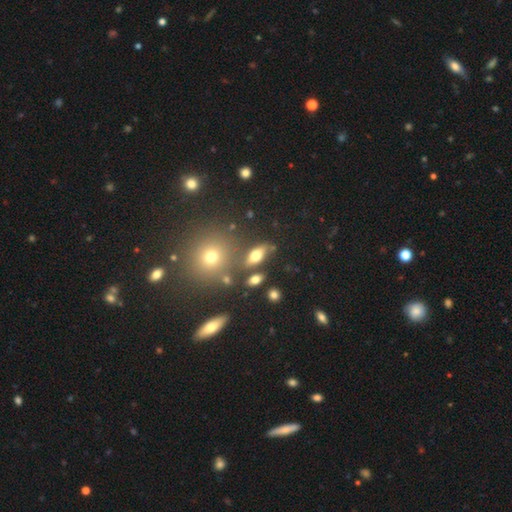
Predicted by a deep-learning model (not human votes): This is likely a smooth galaxy (66%). How rounded: likely in between (77%). Merging: likely none (68%).